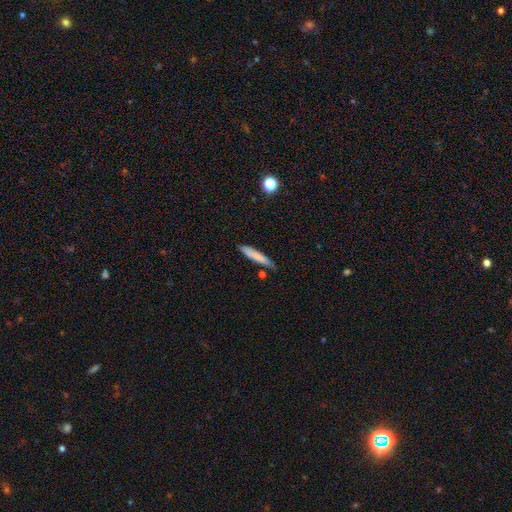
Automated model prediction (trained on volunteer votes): This is likely a smooth galaxy (77%). How rounded: clearly cigar-shaped (90%). Merging: likely none (79%).